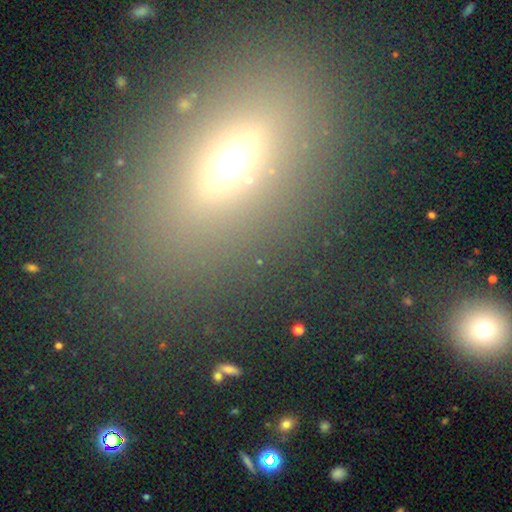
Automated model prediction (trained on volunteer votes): smooth_or_featured: smooth (p=0.42) [alt: featured or disk p=0.31]
merging: none (p=0.82) [alt: minor disturbance p=0.09]